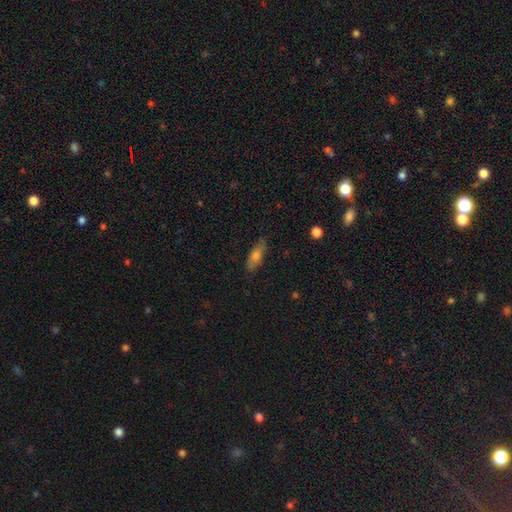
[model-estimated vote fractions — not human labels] Q: Smooth or featured?
A: smooth (64%); runner-up: featured or disk (27%)
Q: How rounded?
A: in between (58%); runner-up: cigar-shaped (39%)
Q: Merging?
A: none (82%); runner-up: minor disturbance (15%)